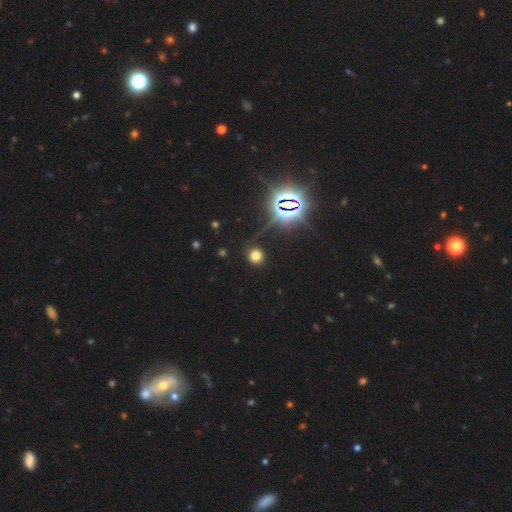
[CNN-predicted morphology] Smooth or featured: smooth — 67% (star or artifact — 27%)
How rounded: round — 91% (in between — 7%)
Merging: none — 88% (minor disturbance — 7%)